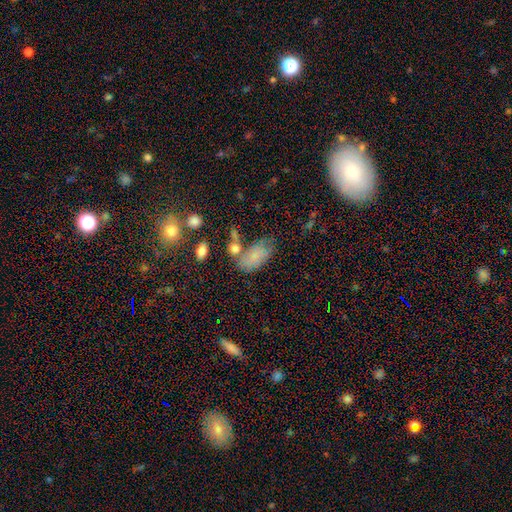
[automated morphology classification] Q: Smooth or featured?
A: smooth (73%); runner-up: featured or disk (16%)
Q: How rounded?
A: in between (91%); runner-up: round (5%)
Q: Merging?
A: none (47%); runner-up: minor disturbance (24%)